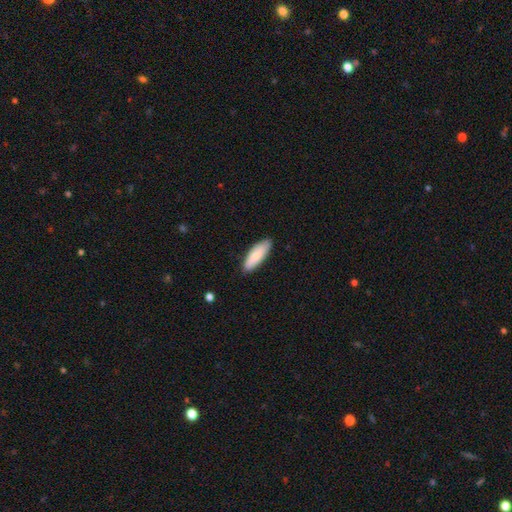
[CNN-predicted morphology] Smooth or featured? Predicted: smooth (p=0.82). How rounded? Predicted: in between (p=0.61). Merging? Predicted: none (p=0.85).